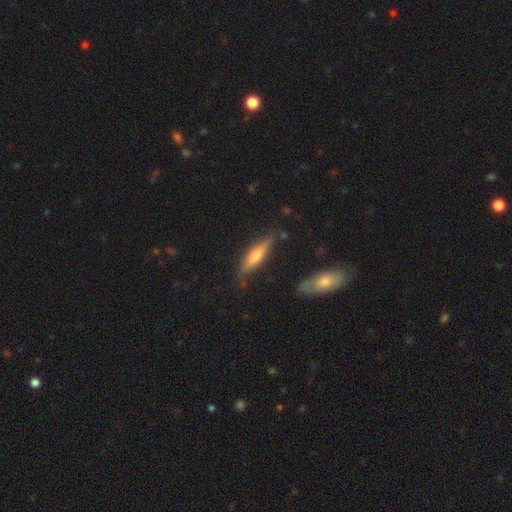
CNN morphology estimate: The model was most divided on "smooth or featured": smooth: 50%, featured or disk: 44%, star or artifact: 7%. More confident: merging — none (80%).